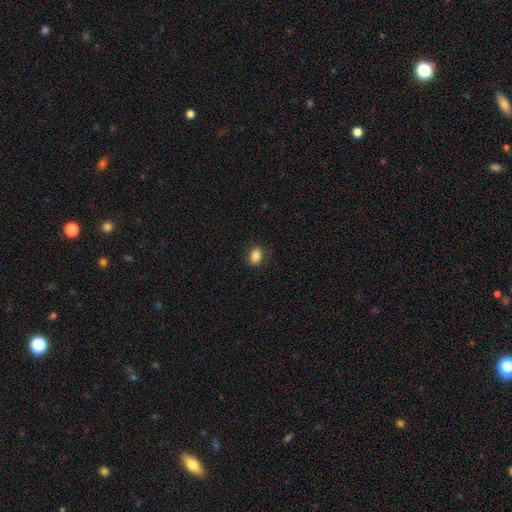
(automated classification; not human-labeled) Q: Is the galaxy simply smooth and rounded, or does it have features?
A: smooth — 86%.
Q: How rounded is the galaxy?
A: in between — 75%.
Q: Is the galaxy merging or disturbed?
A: none — 86%.